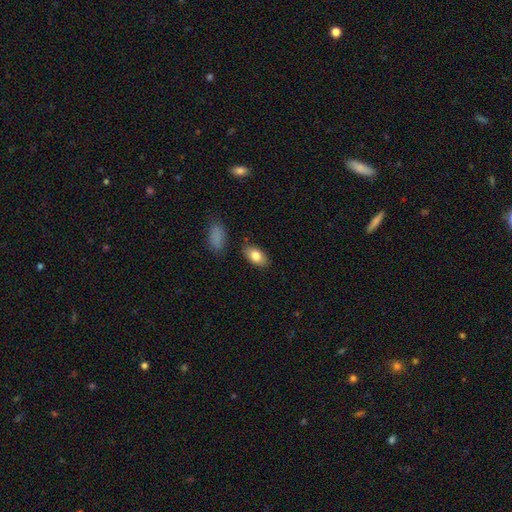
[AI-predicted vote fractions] A smooth galaxy with no disk features (81%) that is in between round and cigar-shaped (92%).

Vote fractions:
- Smooth or featured? smooth: 81% / featured or disk: 12% / star or artifact: 7%
- How rounded? in between: 92% / round: 5% / cigar-shaped: 3%
- Merging? none: 83% / minor disturbance: 11% / merger: 3% / major disturbance: 3%